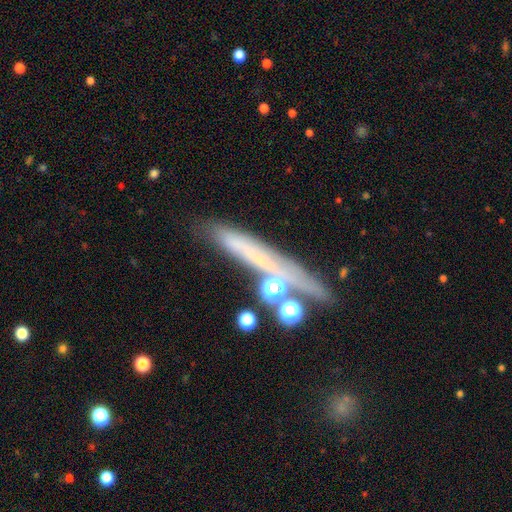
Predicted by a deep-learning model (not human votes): A featured or disk galaxy (47%).

Vote fractions:
- Smooth or featured? featured or disk: 47% / smooth: 36% / star or artifact: 17%
- Merging? none: 66% / minor disturbance: 16% / merger: 11% / major disturbance: 7%